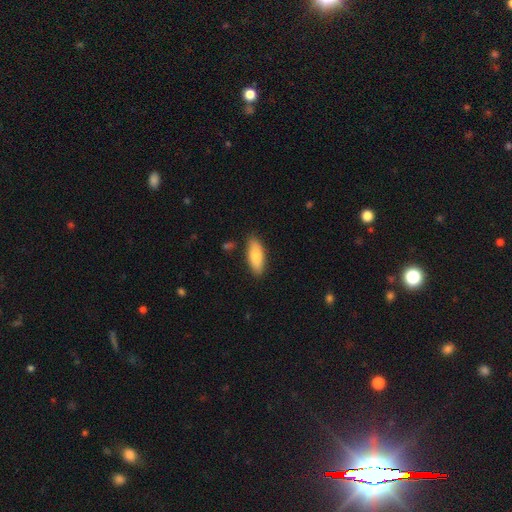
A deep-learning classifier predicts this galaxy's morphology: Smooth or featured? Predicted: smooth (p=0.76). How rounded? Predicted: in between (p=0.75). Merging? Predicted: none (p=0.85).